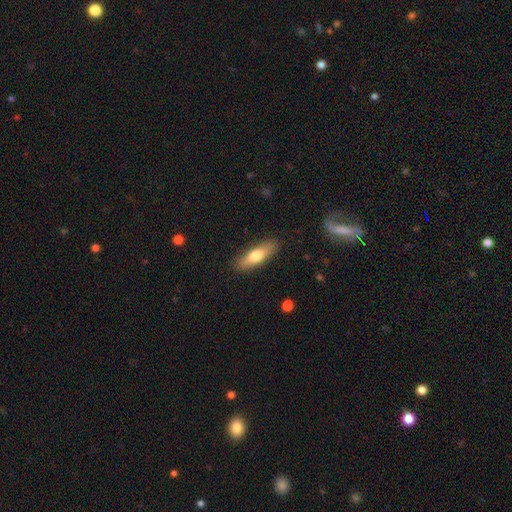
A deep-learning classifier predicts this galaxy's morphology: Overall: smooth (69%). How rounded: cigar-shaped (51%; in between 47%). Merging: none (87%).